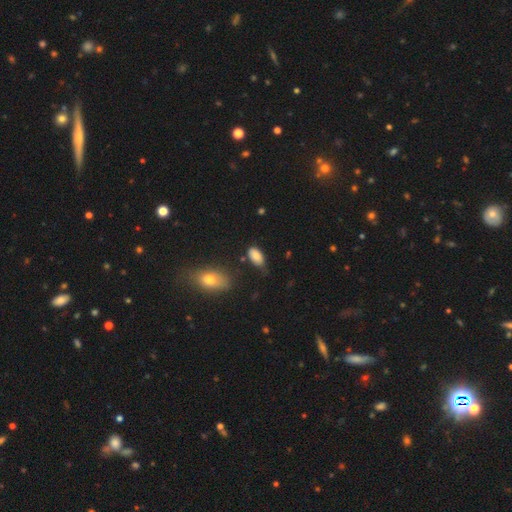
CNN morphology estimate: Smooth or featured?
  - smooth: 84% *
  - star or artifact: 8%
  - featured or disk: 8%
How rounded?
  - in between: 93% *
  - round: 4%
  - cigar-shaped: 3%
Merging?
  - none: 55% *
  - minor disturbance: 32%
  - major disturbance: 9%
  - merger: 4%